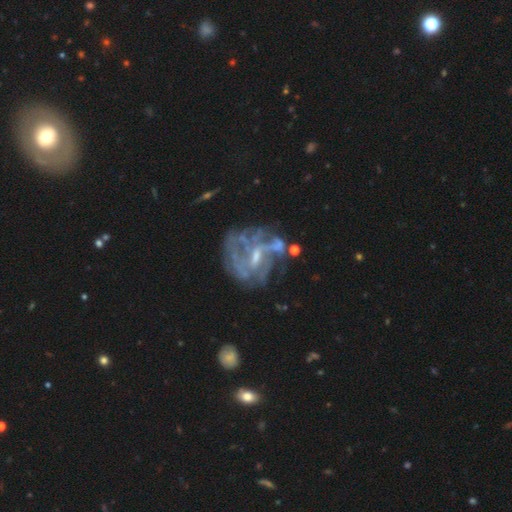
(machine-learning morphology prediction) A featured or disk galaxy (79%) with a weak bar (50%), medium (39%) spiral arms (67%) and a small central bulge (48%).

Vote fractions:
- Smooth or featured? featured or disk: 79% / star or artifact: 11% / smooth: 10%
- Edge-on disk? no: 97% / yes: 3%
- Bar? weak: 50% / no: 32% / strong: 19%
- Spiral arms? yes: 67% / no: 33%
- Spiral winding? medium: 39% / tight: 34% / loose: 27%
- Spiral arm count? can't tell: 48% / 2: 15% / 3: 15% / 4: 11% / more than 4: 6% / 1: 6%
- Bulge size? small: 48% / moderate: 33% / none: 16% / large: 2% / dominant: 1%
- Merging? none: 48% / major disturbance: 25% / minor disturbance: 19% / merger: 9%